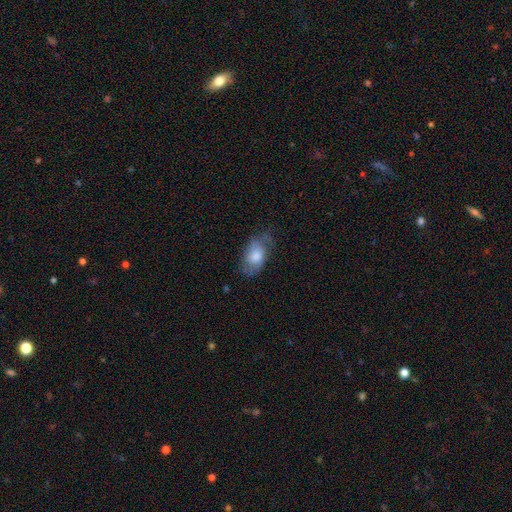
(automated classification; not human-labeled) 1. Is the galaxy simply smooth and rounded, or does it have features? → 68% smooth, 26% featured or disk, 7% star or artifact.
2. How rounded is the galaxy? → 90% in between, 8% round, 2% cigar-shaped.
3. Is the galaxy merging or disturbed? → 53% none, 30% minor disturbance, 15% major disturbance, 2% merger.